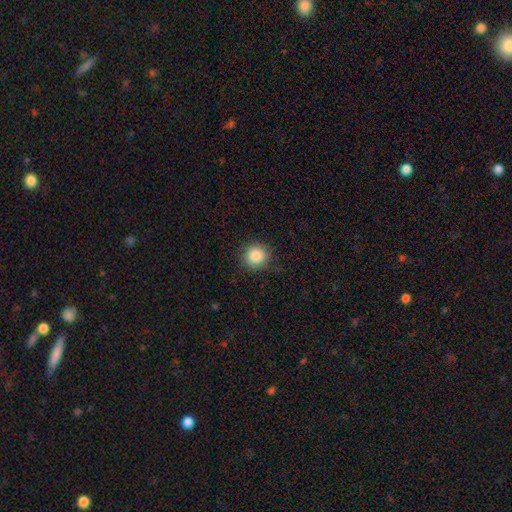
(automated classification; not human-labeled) The model was most divided on "smooth or featured": smooth: 87%, star or artifact: 9%, featured or disk: 4%. More confident: how rounded — round (92%); merging — none (88%).